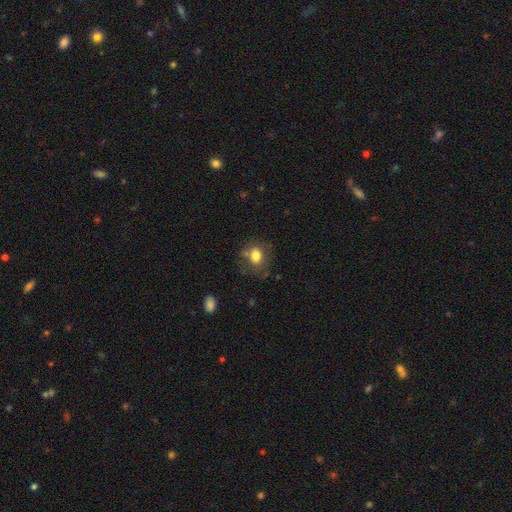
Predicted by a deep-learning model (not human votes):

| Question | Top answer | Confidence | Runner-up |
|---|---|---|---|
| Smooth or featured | smooth | 75% | featured or disk (15%) |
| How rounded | round | 55% | in between (44%) |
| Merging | none | 61% | minor disturbance (22%) |